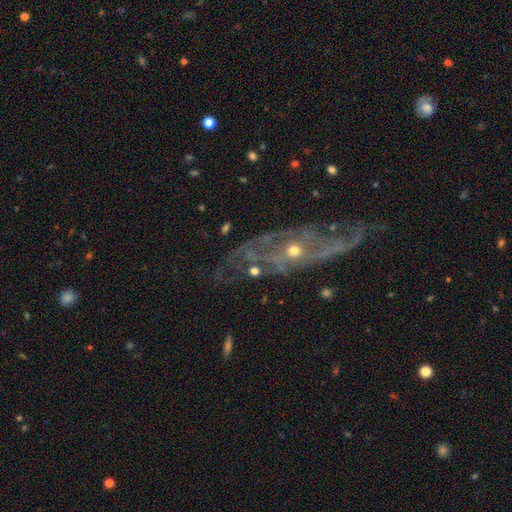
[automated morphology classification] type=featured or disk (82%); edge-on=no (79%); bar=no (75%); spiral arms=yes (81%); winding=medium (38%); arm count=can't tell (40%); bulge=small (62%); merging=none (62%).